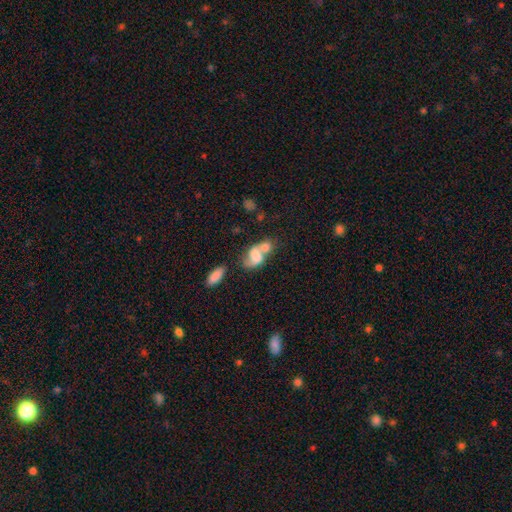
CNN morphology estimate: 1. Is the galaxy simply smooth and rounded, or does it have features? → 53% smooth, 37% featured or disk, 10% star or artifact.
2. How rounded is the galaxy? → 79% in between, 17% round, 4% cigar-shaped.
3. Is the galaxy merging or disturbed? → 59% merger, 19% none, 11% major disturbance, 11% minor disturbance.